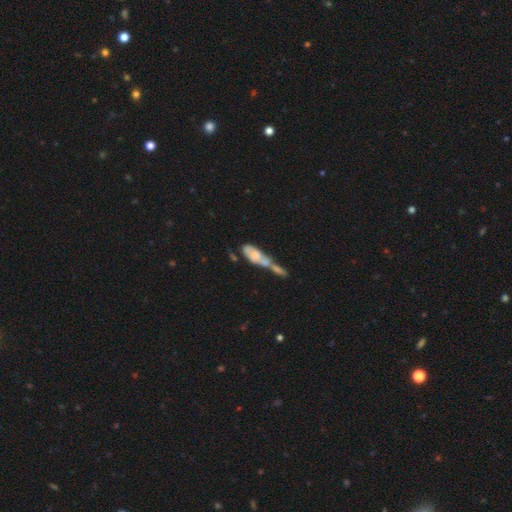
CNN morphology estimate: This is possibly a smooth galaxy (54%). How rounded: possibly in between (59%). Merging: likely merger (70%).